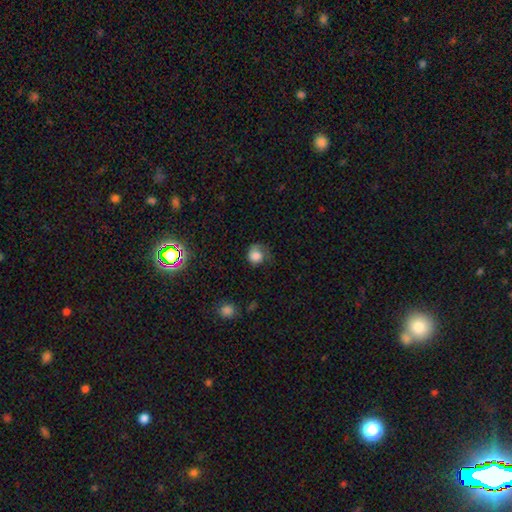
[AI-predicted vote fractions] Smooth or featured: smooth — 75% (featured or disk — 15%)
How rounded: round — 76% (in between — 24%)
Merging: none — 39% (minor disturbance — 31%)